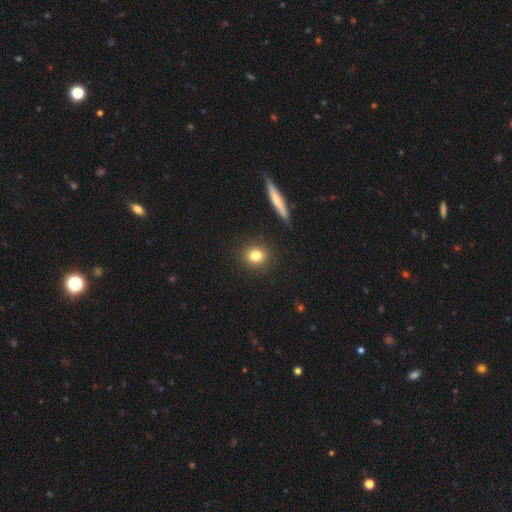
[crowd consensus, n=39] This appears to be a smooth galaxy with no disk features (90%) that is round (77%). Merging: none (90%).